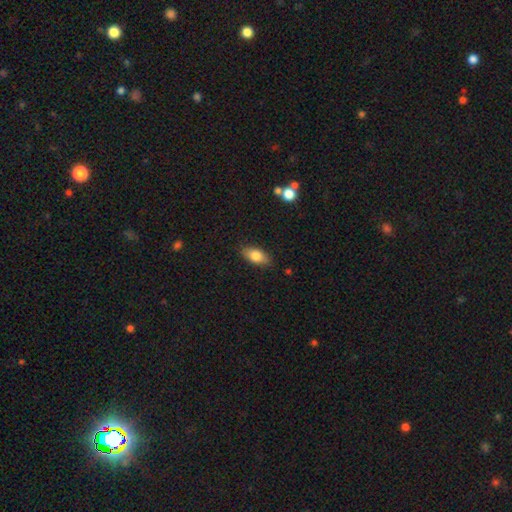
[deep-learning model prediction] Smooth or featured?
  - smooth: 79% *
  - featured or disk: 14%
  - star or artifact: 7%
How rounded?
  - in between: 87% *
  - cigar-shaped: 8%
  - round: 4%
Merging?
  - none: 85% *
  - minor disturbance: 11%
  - major disturbance: 2%
  - merger: 1%